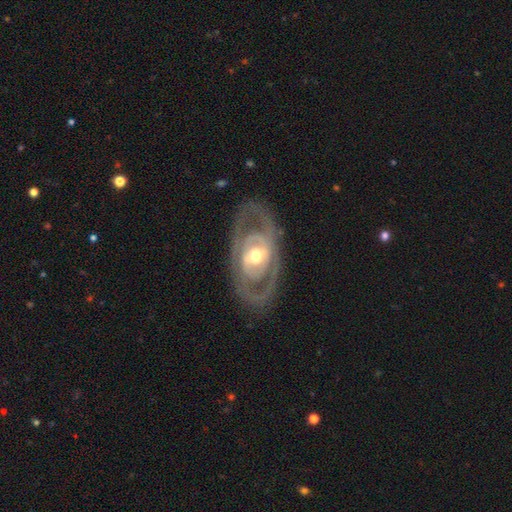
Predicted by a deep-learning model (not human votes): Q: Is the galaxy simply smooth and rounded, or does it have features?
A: featured or disk — 79%.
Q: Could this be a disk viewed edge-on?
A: no — 92%.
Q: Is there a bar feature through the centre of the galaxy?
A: no — 53%.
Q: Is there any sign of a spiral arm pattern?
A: no — 51%.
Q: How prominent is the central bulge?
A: moderate — 70%.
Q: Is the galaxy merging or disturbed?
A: none — 78%.